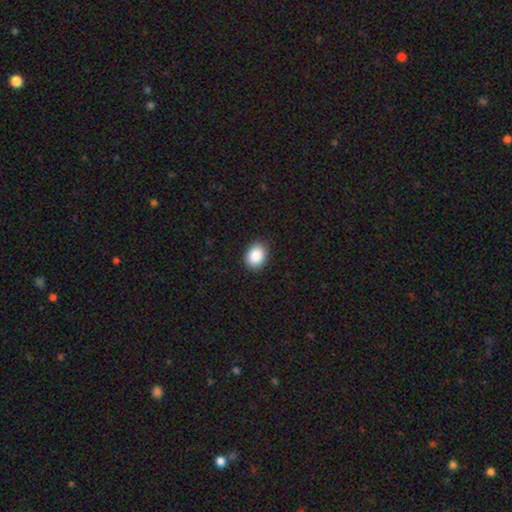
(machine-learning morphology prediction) smooth-or-featured: smooth: 89% | star or artifact: 8% | featured or disk: 3%
  how-rounded: in between: 59% | round: 40% | cigar-shaped: 1%
  merging: none: 88% | minor disturbance: 9% | major disturbance: 2% | merger: 1%